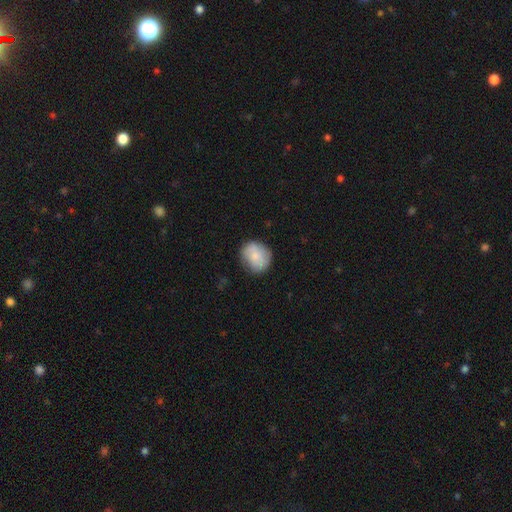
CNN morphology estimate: Overall: smooth (76%). How rounded: round (75%). Merging: none (75%).